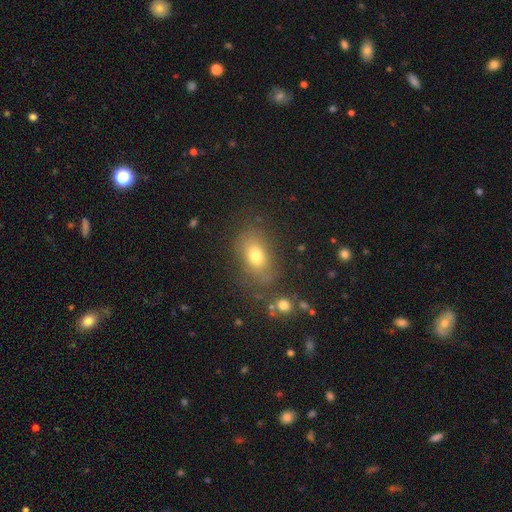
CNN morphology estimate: Smooth or featured? Predicted: smooth (p=0.73). How rounded? Predicted: in between (p=0.78). Merging? Predicted: none (p=0.73).